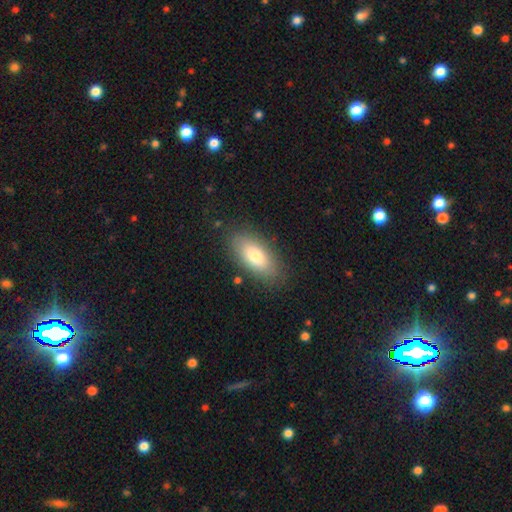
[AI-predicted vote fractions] Overall: smooth (77%). How rounded: in between (90%). Merging: none (83%).